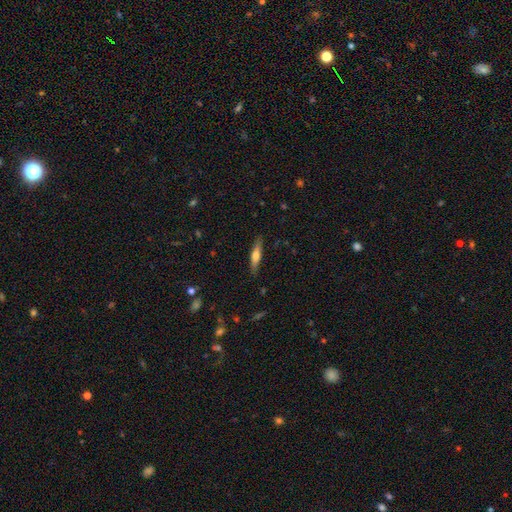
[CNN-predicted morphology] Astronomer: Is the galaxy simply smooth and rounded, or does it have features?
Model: smooth — 51% (runner-up: featured or disk, 42%).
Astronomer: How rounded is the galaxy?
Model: cigar-shaped — 84%.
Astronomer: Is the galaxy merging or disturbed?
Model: none — 86%.